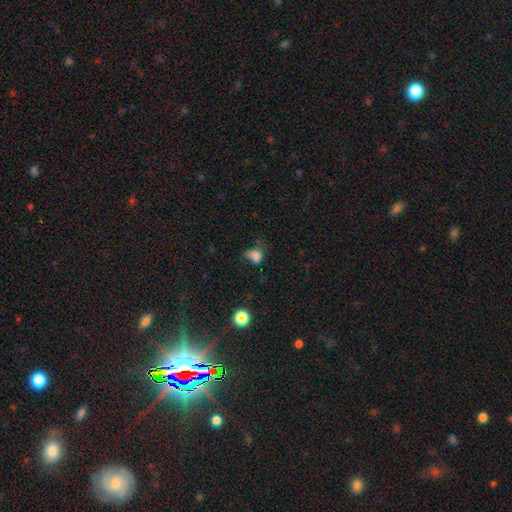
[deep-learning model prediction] Q: Smooth or featured?
A: smooth (73%); runner-up: star or artifact (15%)
Q: How rounded?
A: in between (62%); runner-up: round (36%)
Q: Merging?
A: major disturbance (35%); runner-up: minor disturbance (30%)